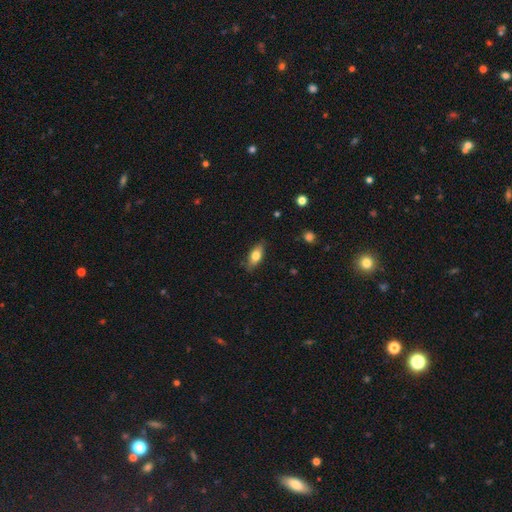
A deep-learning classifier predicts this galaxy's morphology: This is likely a smooth galaxy (71%). How rounded: likely in between (79%). Merging: clearly none (83%).